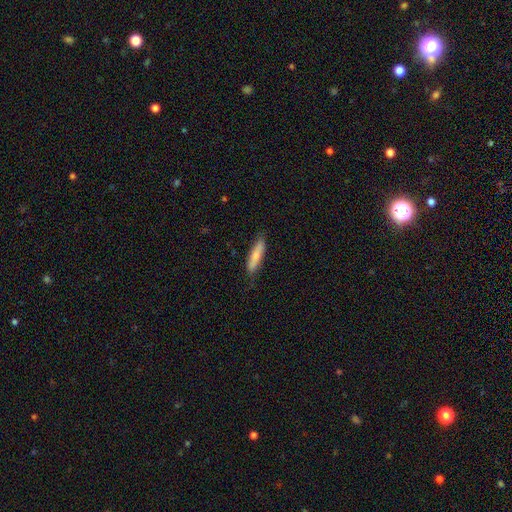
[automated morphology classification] Smooth or featured?
  - smooth: 76% *
  - featured or disk: 19%
  - star or artifact: 6%
How rounded?
  - cigar-shaped: 76% *
  - in between: 23%
  - round: 1%
Merging?
  - none: 81% *
  - minor disturbance: 15%
  - major disturbance: 3%
  - merger: 1%